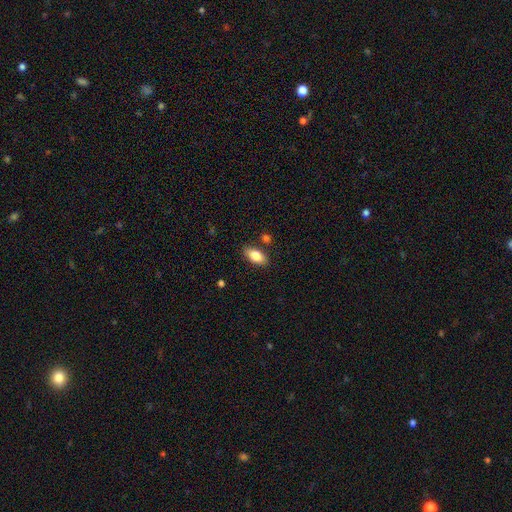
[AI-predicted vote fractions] This is clearly a smooth galaxy (84%). How rounded: clearly in between (91%). Merging: clearly none (83%).